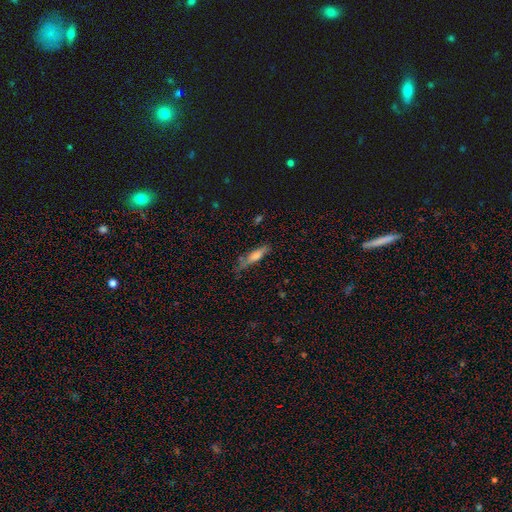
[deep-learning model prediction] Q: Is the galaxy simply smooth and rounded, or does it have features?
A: smooth — 58%.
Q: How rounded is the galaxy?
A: cigar-shaped — 79%.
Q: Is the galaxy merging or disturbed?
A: none — 63%.